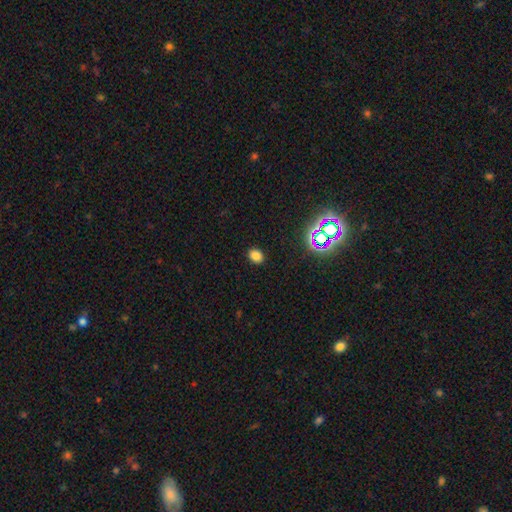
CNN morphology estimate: A smooth galaxy with no disk features (78%) that is in between round and cigar-shaped (60%).

Vote fractions:
- Smooth or featured? smooth: 78% / star or artifact: 17% / featured or disk: 5%
- How rounded? in between: 60% / round: 39% / cigar-shaped: 1%
- Merging? none: 89% / minor disturbance: 8% / major disturbance: 2% / merger: 1%